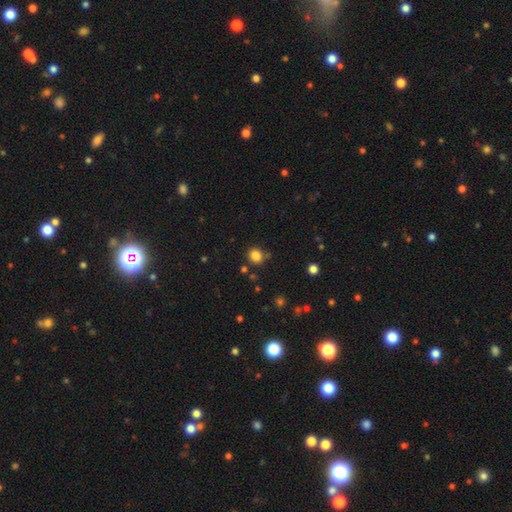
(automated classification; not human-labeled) Overall: smooth (84%). How rounded: round (77%). Merging: none (79%).